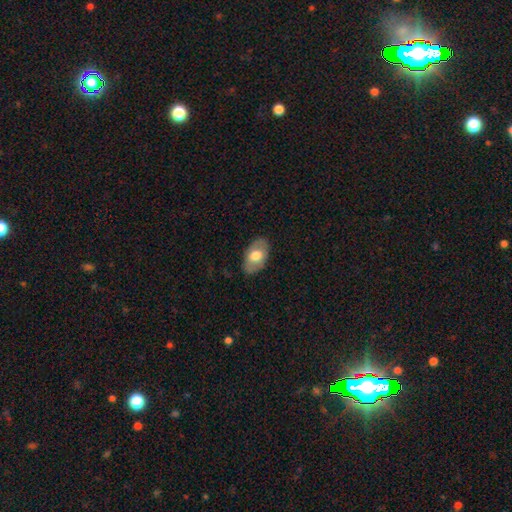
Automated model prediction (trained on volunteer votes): A smooth galaxy with no disk features (62%) that is in between round and cigar-shaped (92%).

Vote fractions:
- Smooth or featured? smooth: 62% / featured or disk: 32% / star or artifact: 6%
- How rounded? in between: 92% / round: 6% / cigar-shaped: 1%
- Merging? none: 82% / minor disturbance: 14% / major disturbance: 3% / merger: 1%